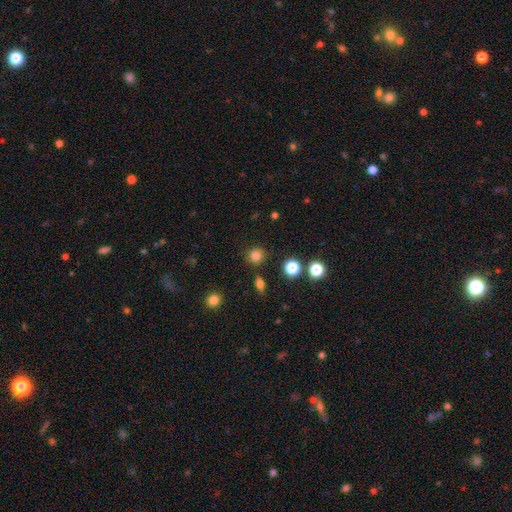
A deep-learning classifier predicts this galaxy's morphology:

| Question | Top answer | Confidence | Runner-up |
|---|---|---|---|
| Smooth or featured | smooth | 82% | star or artifact (14%) |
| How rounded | round | 90% | in between (9%) |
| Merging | none | 86% | minor disturbance (8%) |